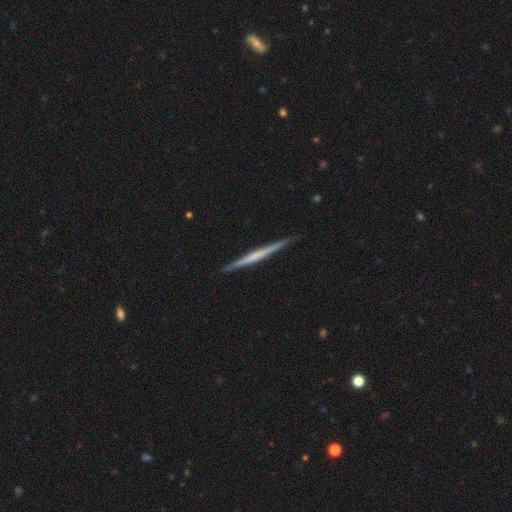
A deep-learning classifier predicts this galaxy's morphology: The model was most divided on "smooth or featured": featured or disk: 62%, smooth: 34%, star or artifact: 5%. More confident: edge-on disk — yes (98%); merging — none (92%); edge-on bulge — none (77%).